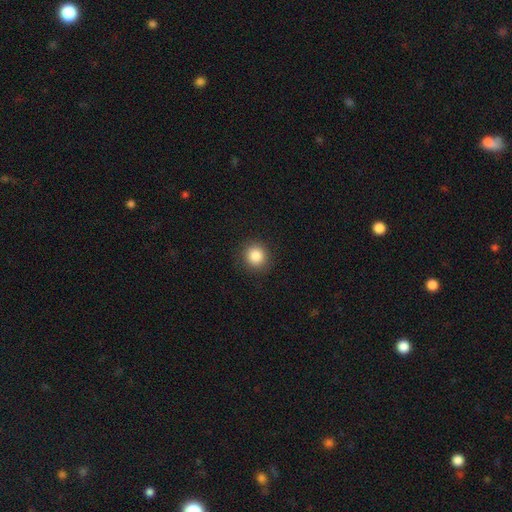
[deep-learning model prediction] Smooth or featured: smooth — 85% (star or artifact — 10%)
How rounded: round — 91% (in between — 8%)
Merging: none — 90% (minor disturbance — 6%)